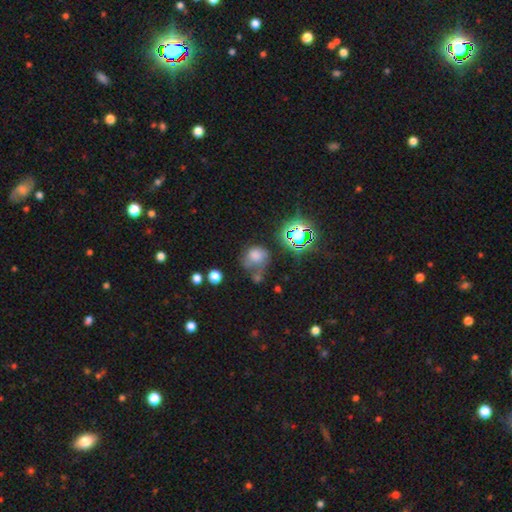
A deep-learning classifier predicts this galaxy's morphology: smooth 60%, star or artifact 23%, featured or disk 17%. Down the decision tree: how rounded — round (69%); merging — none (35%).